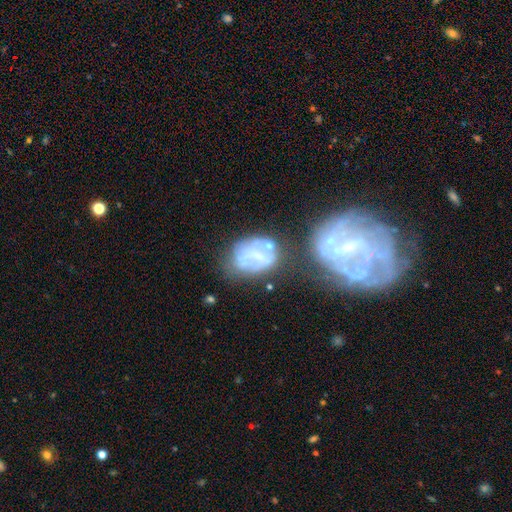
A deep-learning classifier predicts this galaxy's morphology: Q: Smooth or featured?
A: featured or disk (59%); runner-up: smooth (31%)
Q: Edge-on disk?
A: no (96%); runner-up: yes (4%)
Q: Bar?
A: no (46%); runner-up: weak (34%)
Q: Spiral arms?
A: no (57%); runner-up: yes (43%)
Q: Bulge size?
A: none (44%); runner-up: small (37%)
Q: Merging?
A: none (33%); runner-up: merger (28%)